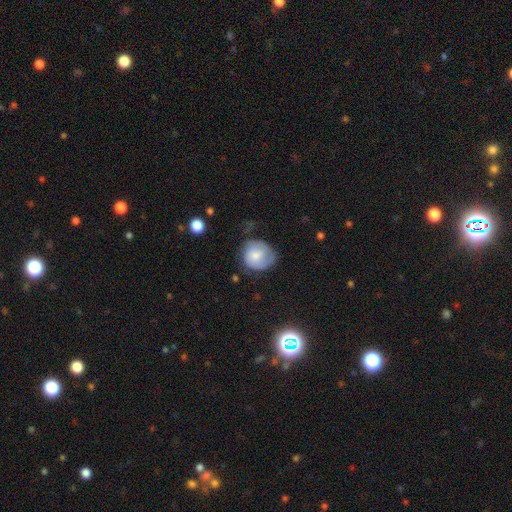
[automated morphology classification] The model was most divided on "merging": none: 52%, minor disturbance: 32%, major disturbance: 14%, merger: 2%. More confident: how rounded — round (79%); smooth or featured — smooth (68%).